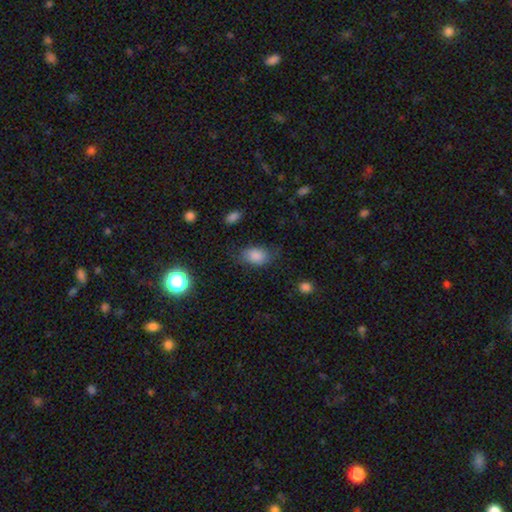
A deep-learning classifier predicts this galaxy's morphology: smooth 84%, star or artifact 9%, featured or disk 7%. Down the decision tree: how rounded — in between (84%); merging — none (65%).